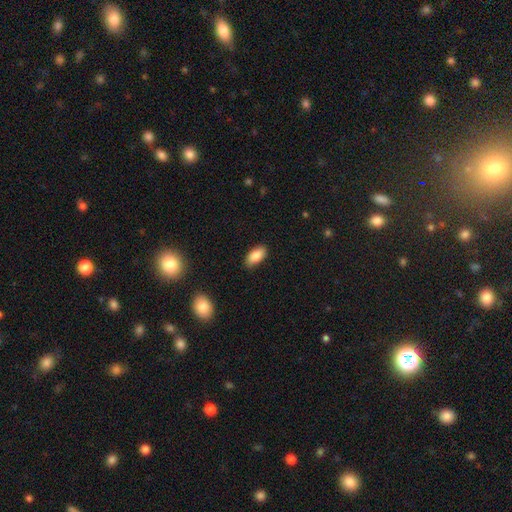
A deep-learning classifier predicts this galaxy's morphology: Smooth or featured? smooth (85%)
How rounded? in between (93%)
Merging? none (84%)